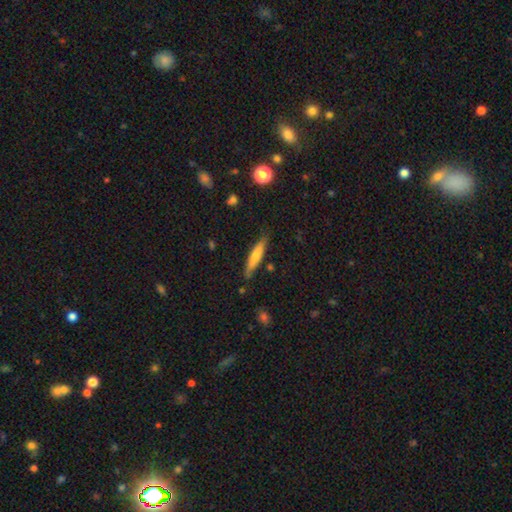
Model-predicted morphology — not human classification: Smooth or featured? Predicted: smooth (p=0.66). How rounded? Predicted: cigar-shaped (p=0.87). Merging? Predicted: none (p=0.80).